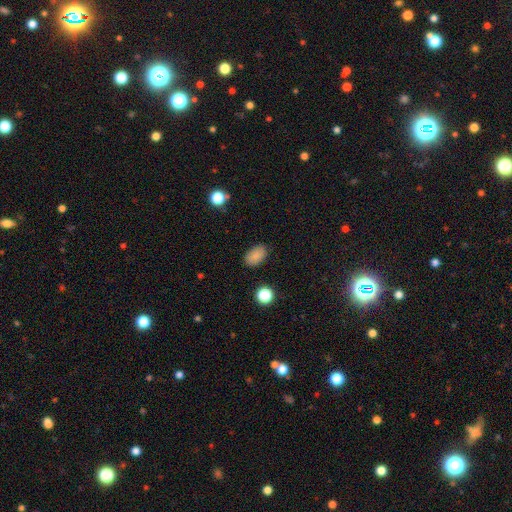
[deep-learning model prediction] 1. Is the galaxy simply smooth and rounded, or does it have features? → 85% smooth, 10% star or artifact, 5% featured or disk.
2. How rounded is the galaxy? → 87% in between, 11% round, 1% cigar-shaped.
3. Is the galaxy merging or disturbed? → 87% none, 10% minor disturbance, 3% major disturbance, 1% merger.